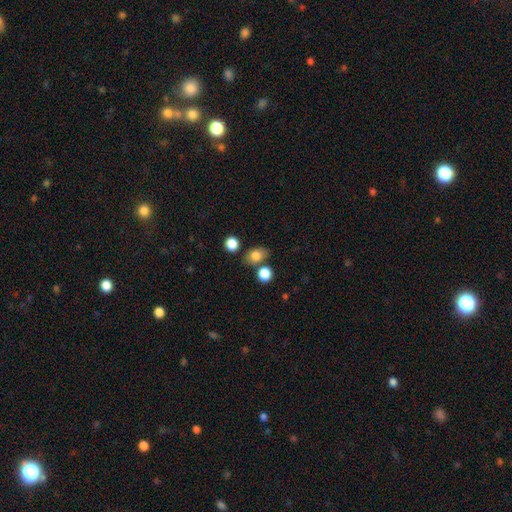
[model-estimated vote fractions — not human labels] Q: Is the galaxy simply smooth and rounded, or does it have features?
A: smooth — 80%.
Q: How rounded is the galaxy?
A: in between — 66%.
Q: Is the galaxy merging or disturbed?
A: none — 72%.